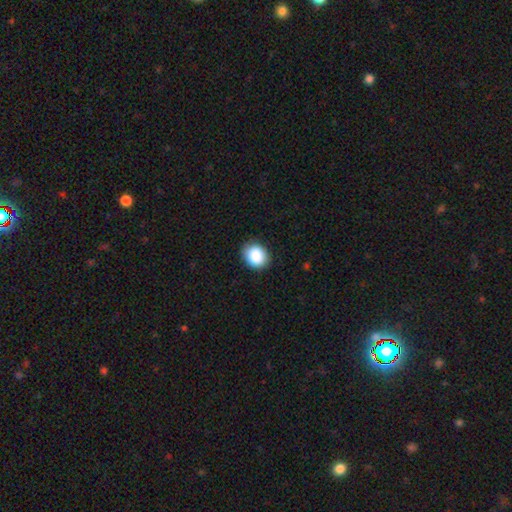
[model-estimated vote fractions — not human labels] Smooth or featured? Predicted: smooth (p=0.88). How rounded? Predicted: round (p=0.62). Merging? Predicted: none (p=0.85).